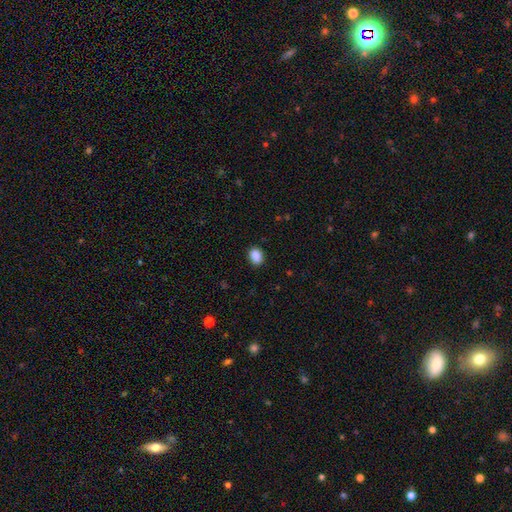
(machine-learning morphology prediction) The model was most divided on "how rounded": in between: 65%, round: 34%, cigar-shaped: 1%. More confident: smooth or featured — smooth (89%); merging — none (87%).